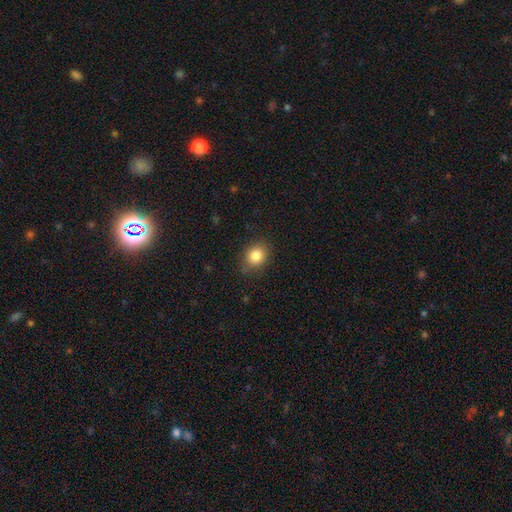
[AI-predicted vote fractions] Smooth or featured? Predicted: smooth (p=0.84). How rounded? Predicted: round (p=0.65). Merging? Predicted: none (p=0.81).